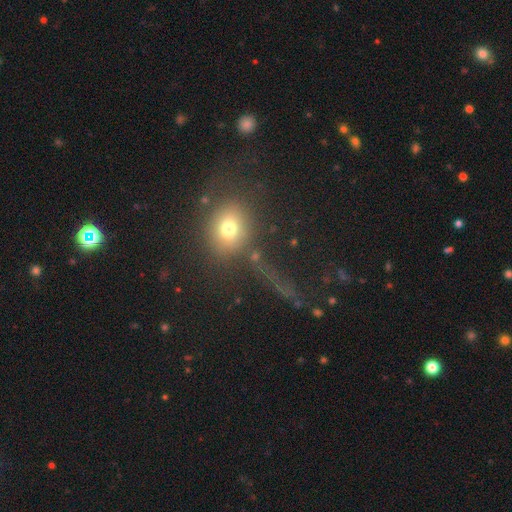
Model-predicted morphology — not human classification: smooth 64%, star or artifact 21%, featured or disk 15%. Down the decision tree: how rounded — round (63%); merging — none (63%).